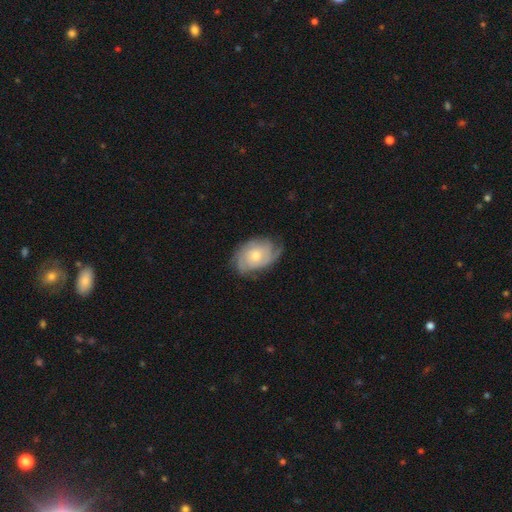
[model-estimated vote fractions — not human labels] Smooth or featured: featured or disk — 73% (smooth — 22%)
Edge-on disk: no — 96% (yes — 4%)
Bar: no — 78% (weak — 19%)
Spiral arms: yes — 92% (no — 8%)
Spiral winding: tight — 57% (medium — 31%)
Spiral arm count: can't tell — 35% (2 — 29%)
Bulge size: moderate — 61% (small — 32%)
Merging: none — 67% (minor disturbance — 24%)